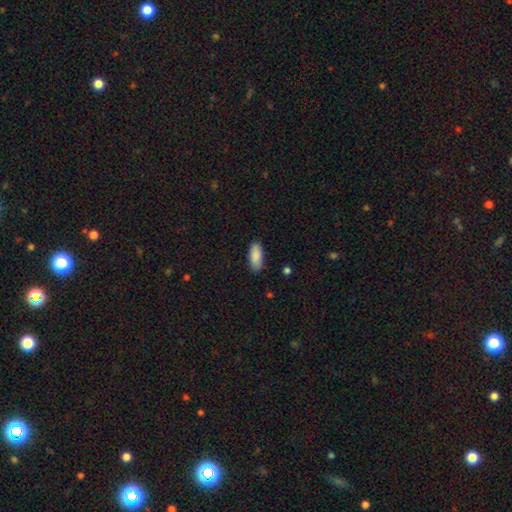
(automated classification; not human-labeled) smooth 89%, star or artifact 6%, featured or disk 5%. Down the decision tree: how rounded — in between (79%); merging — none (84%).